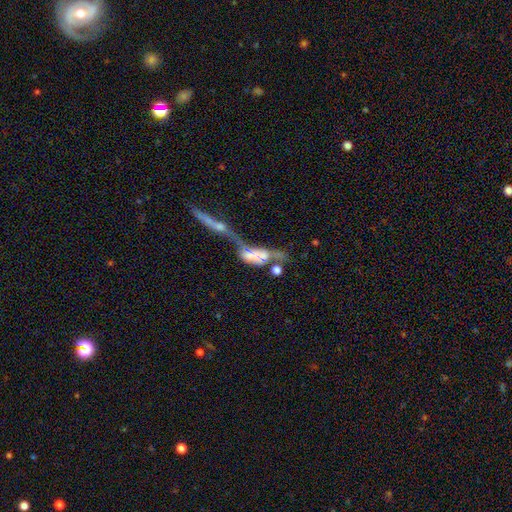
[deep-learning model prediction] Smooth or featured? Predicted: featured or disk (p=0.48). Merging? Predicted: merger (p=0.70).